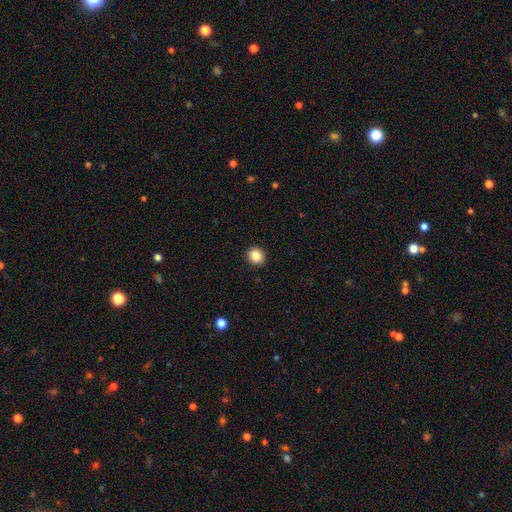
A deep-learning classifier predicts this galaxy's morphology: Smooth or featured? Predicted: smooth (p=0.87). How rounded? Predicted: round (p=0.81). Merging? Predicted: none (p=0.92).